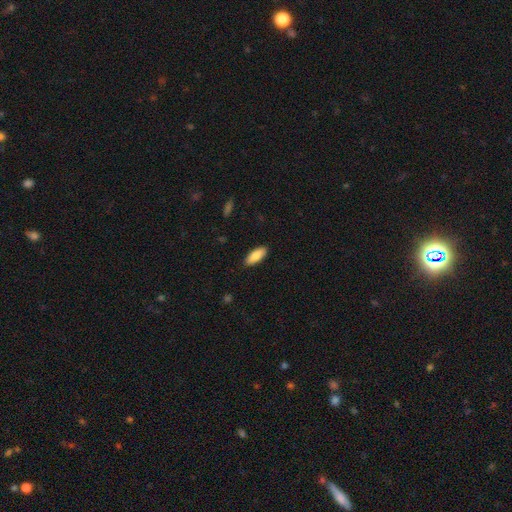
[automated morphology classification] Smooth or featured? smooth (85%)
How rounded? in between (78%)
Merging? none (89%)